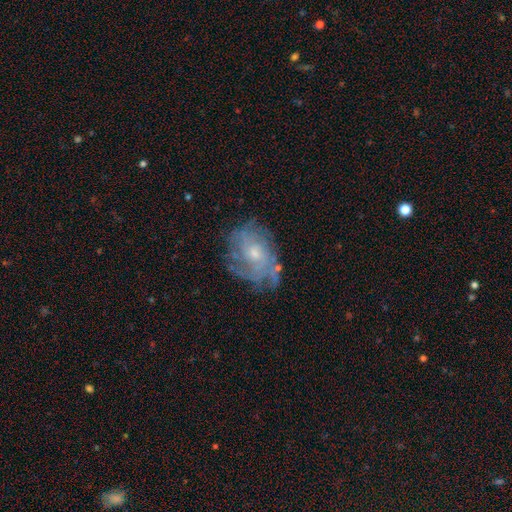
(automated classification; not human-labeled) Morphology: type=featured or disk (62%); edge-on=no (95%); bar=no (77%); spiral arms=yes (77%); bulge=small (48%); merging=none (68%).